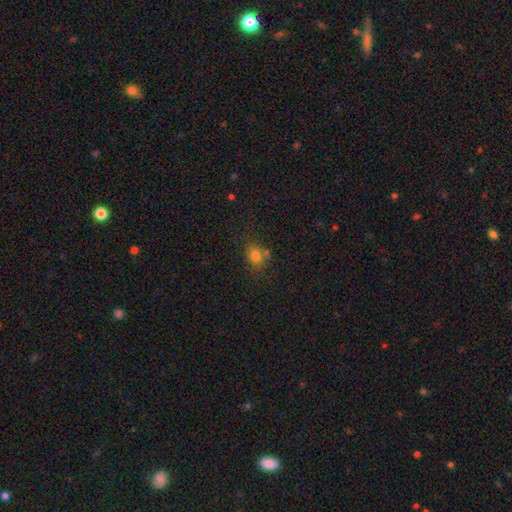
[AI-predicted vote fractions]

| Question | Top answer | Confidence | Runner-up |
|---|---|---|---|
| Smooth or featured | smooth | 77% | star or artifact (14%) |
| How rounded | round | 63% | in between (36%) |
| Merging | none | 61% | minor disturbance (19%) |